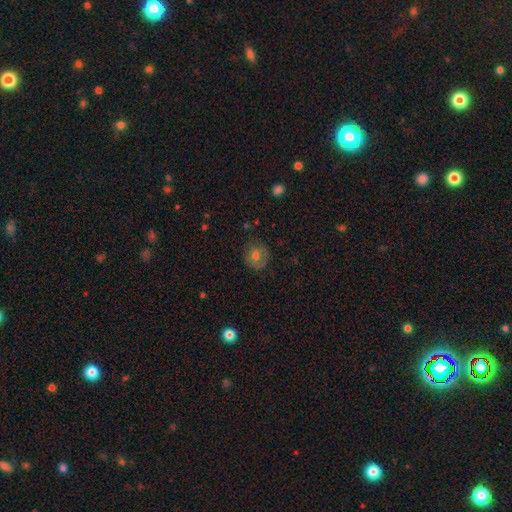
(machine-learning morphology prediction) smooth 65%, featured or disk 24%, star or artifact 11%. Down the decision tree: how rounded — round (80%); merging — none (73%).